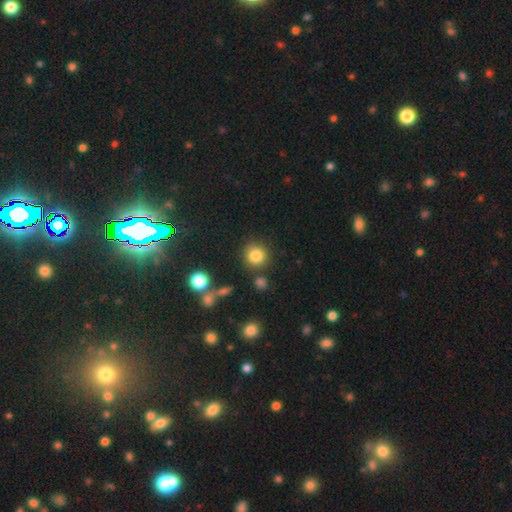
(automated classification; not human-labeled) Smooth or featured: smooth — 83% (star or artifact — 11%)
How rounded: round — 90% (in between — 9%)
Merging: none — 81% (minor disturbance — 9%)